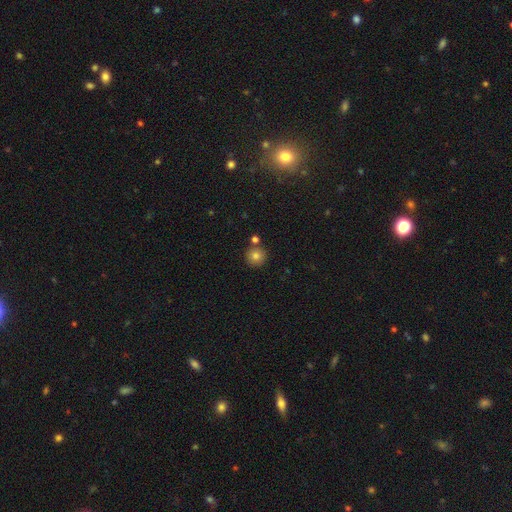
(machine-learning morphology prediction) smooth-or-featured: smooth: 81% | star or artifact: 12% | featured or disk: 8%
  how-rounded: round: 94% | in between: 5% | cigar-shaped: 1%
  merging: none: 80% | merger: 11% | minor disturbance: 7% | major disturbance: 2%